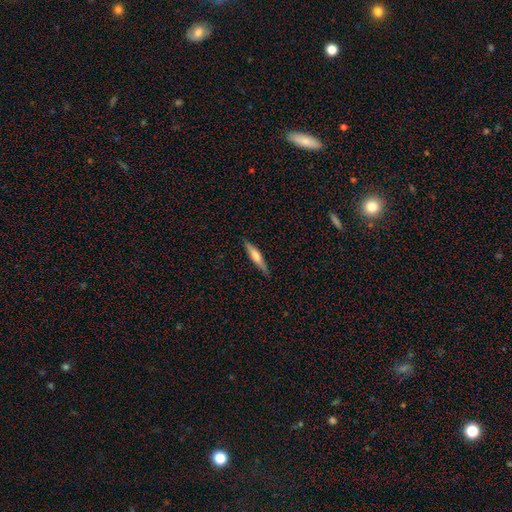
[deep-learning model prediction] Overall: smooth (55%; featured or disk 40%). How rounded: cigar-shaped (87%). Merging: none (86%).